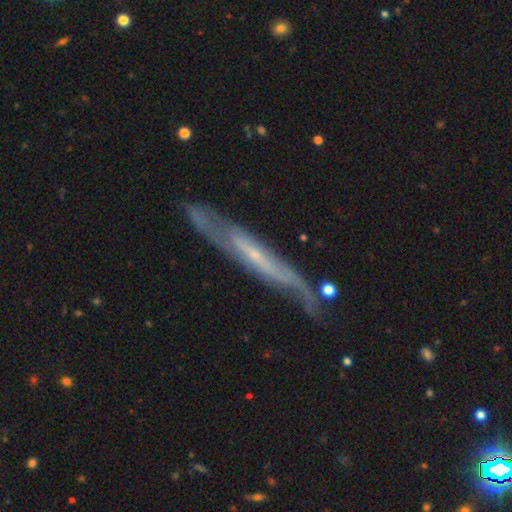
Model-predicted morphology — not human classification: Smooth or featured?
  - featured or disk: 77% *
  - smooth: 16%
  - star or artifact: 7%
Edge-on disk?
  - yes: 62% *
  - no: 38%
Merging?
  - none: 68% *
  - minor disturbance: 21%
  - major disturbance: 7%
  - merger: 4%